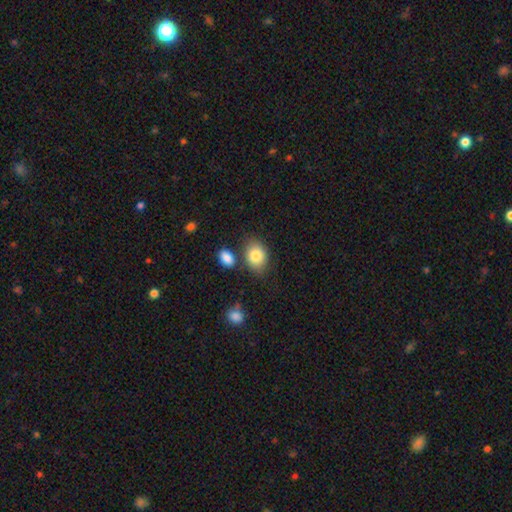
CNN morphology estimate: smooth-or-featured: smooth: 83% | featured or disk: 9% | star or artifact: 8%
  how-rounded: in between: 74% | round: 25% | cigar-shaped: 1%
  merging: none: 70% | minor disturbance: 15% | merger: 11% | major disturbance: 4%